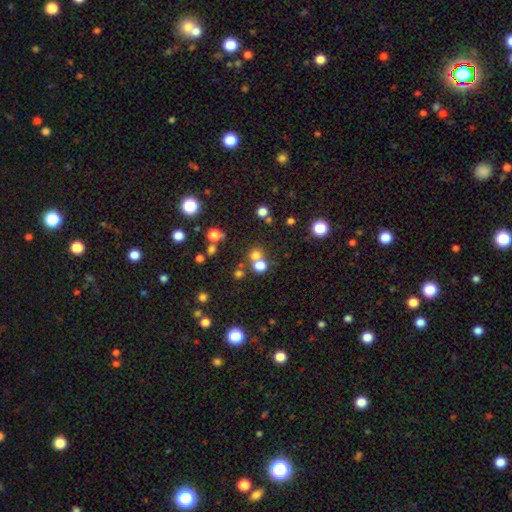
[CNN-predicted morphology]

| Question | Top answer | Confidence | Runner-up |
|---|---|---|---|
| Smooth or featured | smooth | 67% | star or artifact (23%) |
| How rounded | round | 85% | in between (14%) |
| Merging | none | 56% | merger (33%) |